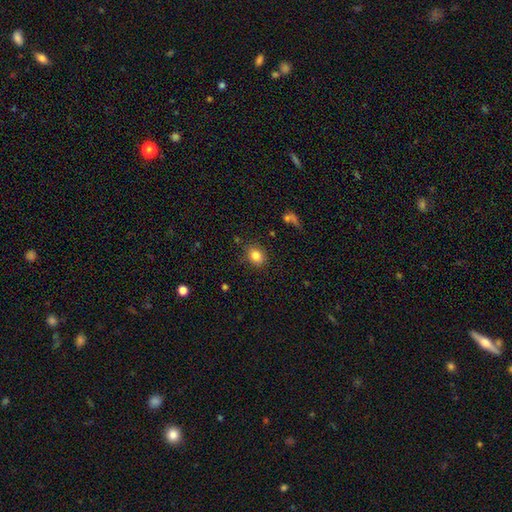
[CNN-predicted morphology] Overall: smooth (82%). How rounded: in between (52%; round 47%). Merging: none (83%).